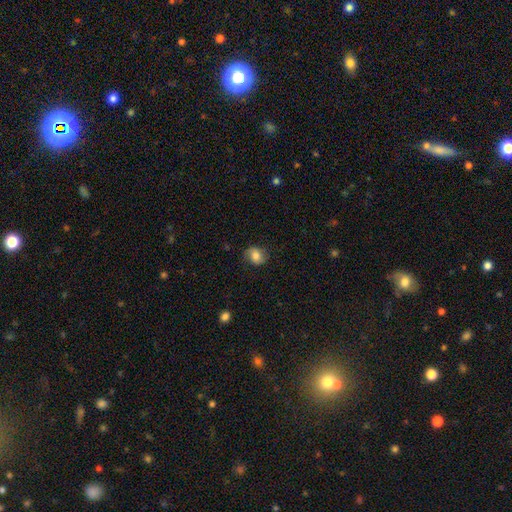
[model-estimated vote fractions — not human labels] This appears to be a smooth galaxy with no disk features (68%) that is round (60%). Merging: none (77%).